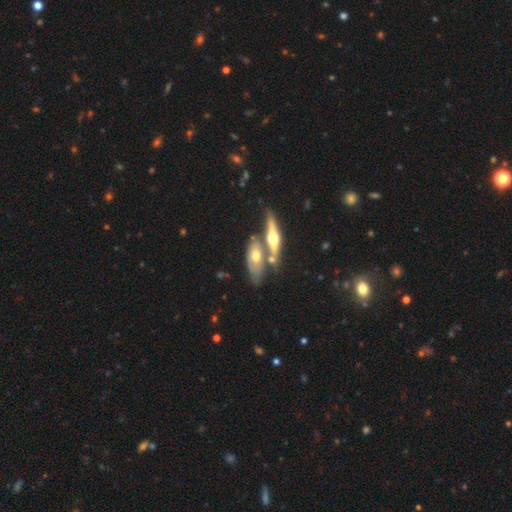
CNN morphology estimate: type=featured or disk (57%); edge-on=yes (69%); merging=none (44%).